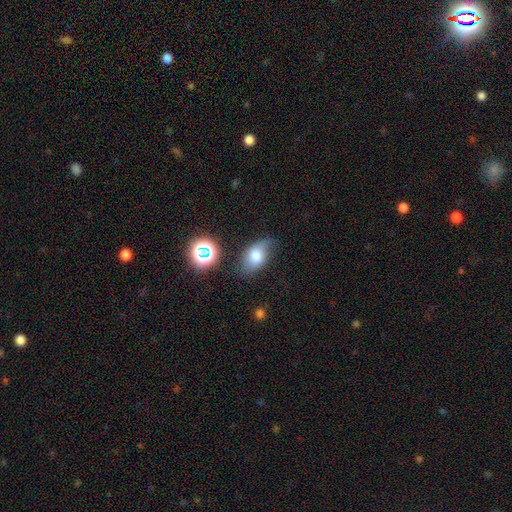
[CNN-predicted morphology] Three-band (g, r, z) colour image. It shows a smooth galaxy with no disk features (69%) that is in between round and cigar-shaped (87%). Merging: none (58%).